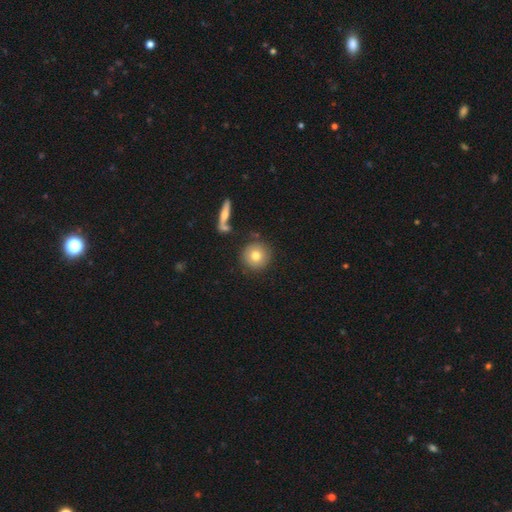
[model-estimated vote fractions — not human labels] Smooth or featured?
  - smooth: 75% *
  - featured or disk: 16%
  - star or artifact: 9%
How rounded?
  - round: 93% *
  - in between: 5%
  - cigar-shaped: 1%
Merging?
  - none: 83% *
  - minor disturbance: 9%
  - merger: 5%
  - major disturbance: 3%